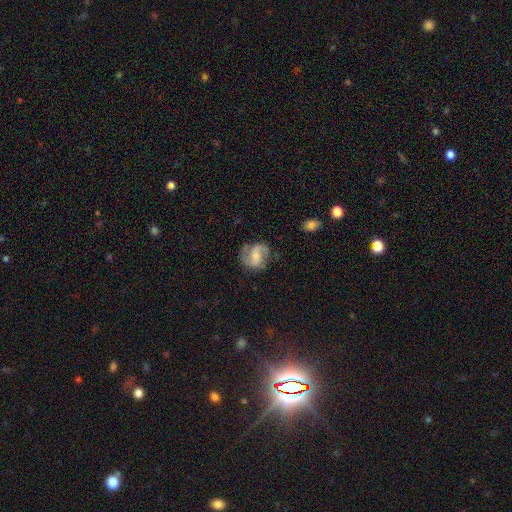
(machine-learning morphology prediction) Smooth or featured?
  - featured or disk: 82% *
  - smooth: 12%
  - star or artifact: 6%
Edge-on disk?
  - no: 98% *
  - yes: 2%
Bar?
  - weak: 46% *
  - no: 34%
  - strong: 20%
Spiral arms?
  - yes: 96% *
  - no: 4%
Spiral winding?
  - medium: 54% *
  - loose: 26%
  - tight: 20%
Spiral arm count?
  - 2: 90% *
  - can't tell: 4%
  - 1: 3%
  - 3: 2%
  - 4: 1%
  - more than 4: 1%
Bulge size?
  - small: 45% *
  - moderate: 32%
  - none: 17%
  - large: 4%
  - dominant: 1%
Merging?
  - none: 75% *
  - minor disturbance: 16%
  - major disturbance: 7%
  - merger: 2%